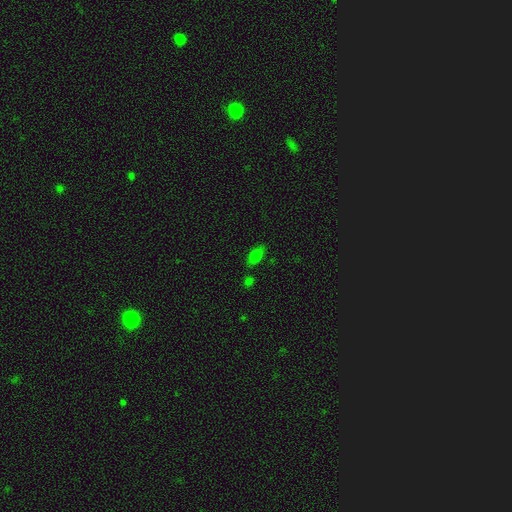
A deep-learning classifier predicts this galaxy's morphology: This appears to be a smooth galaxy with no disk features (74%) that is in between round and cigar-shaped (84%). Merging: none (76%).